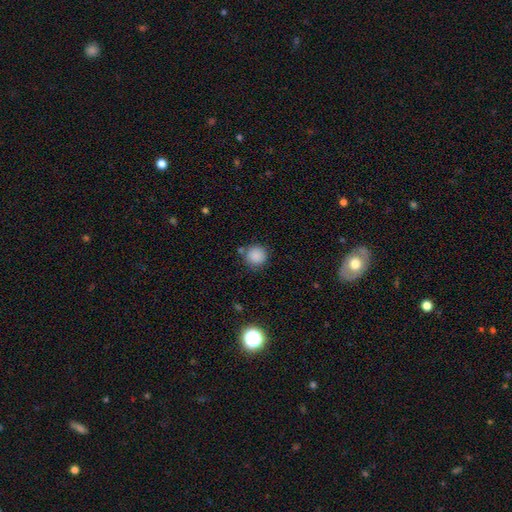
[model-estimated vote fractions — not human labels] A smooth galaxy with no disk features (86%) that is round (93%). Merging: none (78%).